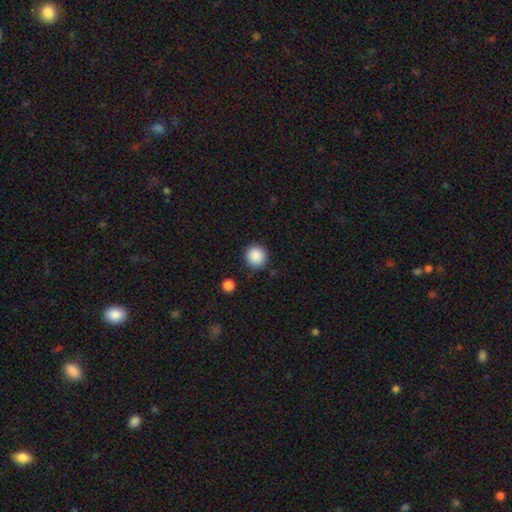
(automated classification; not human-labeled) Smooth or featured? smooth (88%)
How rounded? round (95%)
Merging? none (89%)